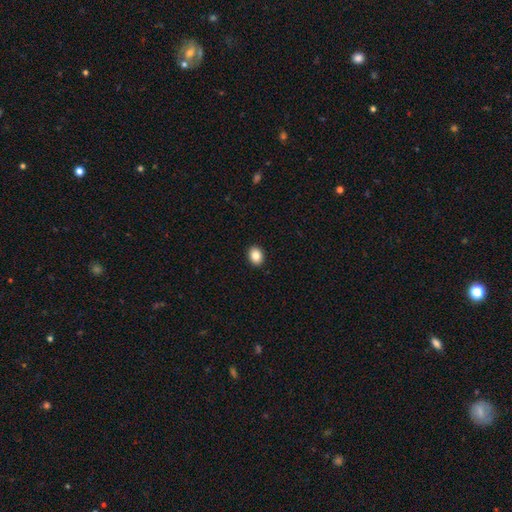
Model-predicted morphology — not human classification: smooth 85%, star or artifact 9%, featured or disk 6%. Down the decision tree: how rounded — in between (50%); merging — none (92%).